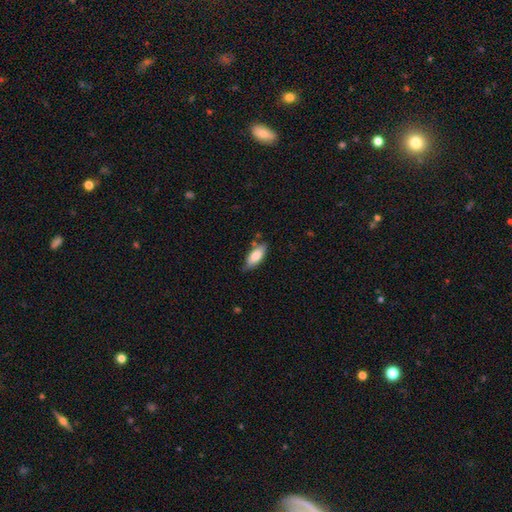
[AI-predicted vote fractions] This is likely a smooth galaxy (78%). How rounded: likely in between (79%). Merging: likely none (71%).